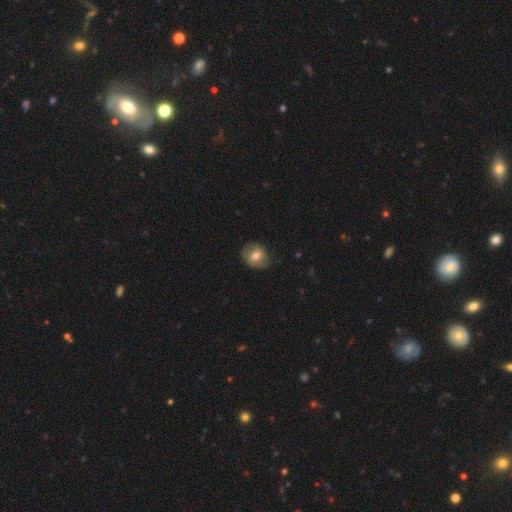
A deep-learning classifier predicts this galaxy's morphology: type=smooth (63%); roundness=round (69%); merging=none (73%).